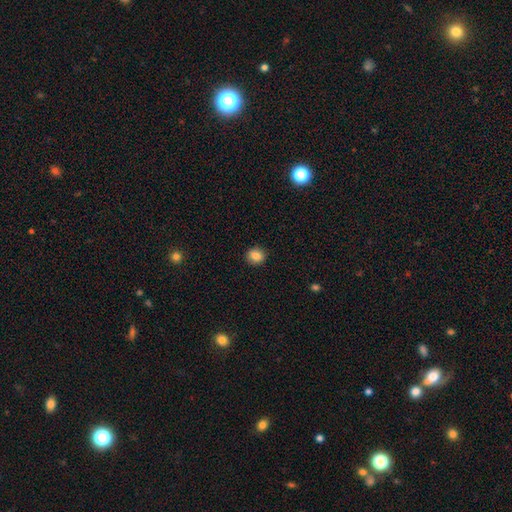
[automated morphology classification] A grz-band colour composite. It shows a smooth galaxy with no disk features (85%) that is round (78%). Merging: none (90%).